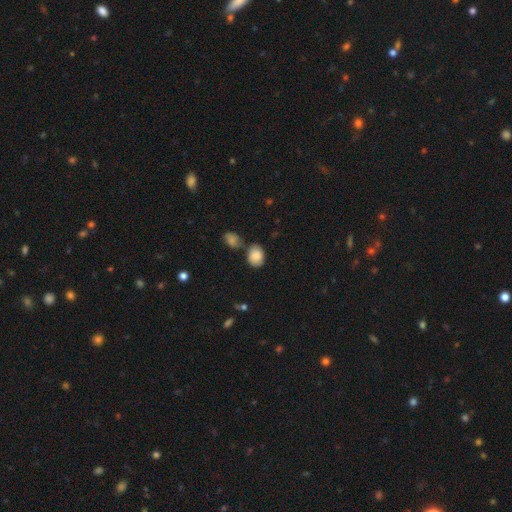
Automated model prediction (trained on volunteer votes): smooth_or_featured: smooth (p=0.85) [alt: star or artifact p=0.08]
how_rounded: in between (p=0.58) [alt: round p=0.41]
merging: none (p=0.60) [alt: minor disturbance p=0.18]